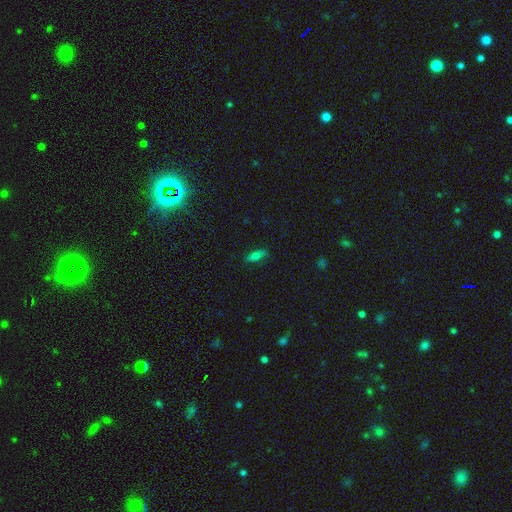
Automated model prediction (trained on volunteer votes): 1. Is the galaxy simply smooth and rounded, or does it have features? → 67% smooth, 22% featured or disk, 11% star or artifact.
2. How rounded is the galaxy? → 61% in between, 35% cigar-shaped, 4% round.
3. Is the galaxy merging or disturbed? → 81% none, 15% minor disturbance, 3% major disturbance, 1% merger.